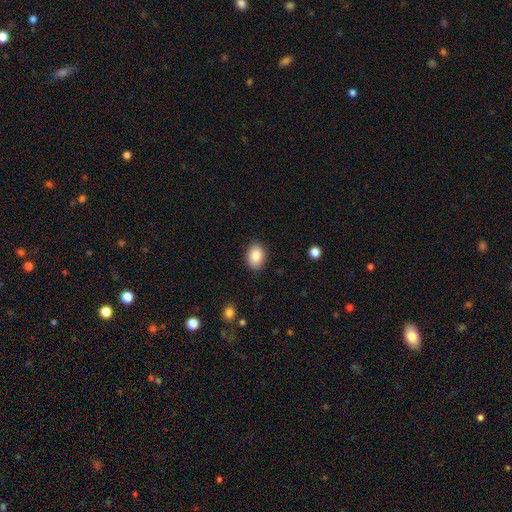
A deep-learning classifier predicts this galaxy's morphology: Smooth or featured? smooth (86%)
How rounded? in between (77%)
Merging? none (88%)